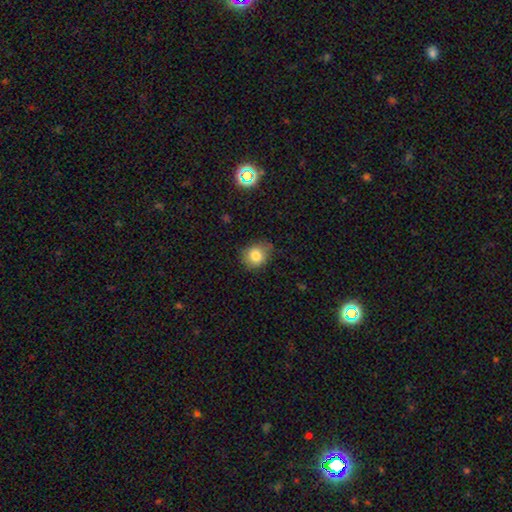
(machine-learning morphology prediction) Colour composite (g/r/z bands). It shows a smooth galaxy with no disk features (81%) that is round (74%). Merging: none (76%).